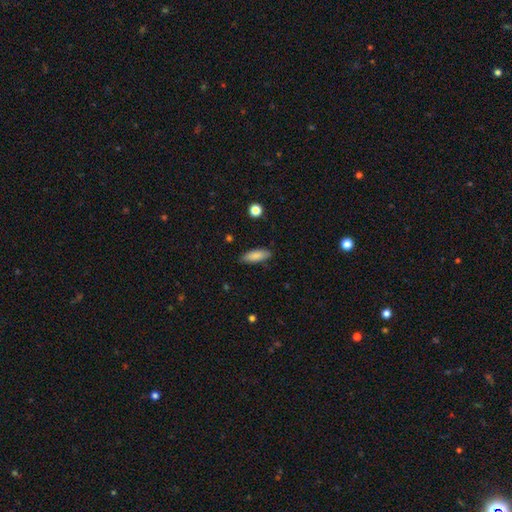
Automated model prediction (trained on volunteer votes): Smooth or featured: smooth — 86% (featured or disk — 8%)
How rounded: in between — 65% (cigar-shaped — 33%)
Merging: none — 85% (minor disturbance — 12%)